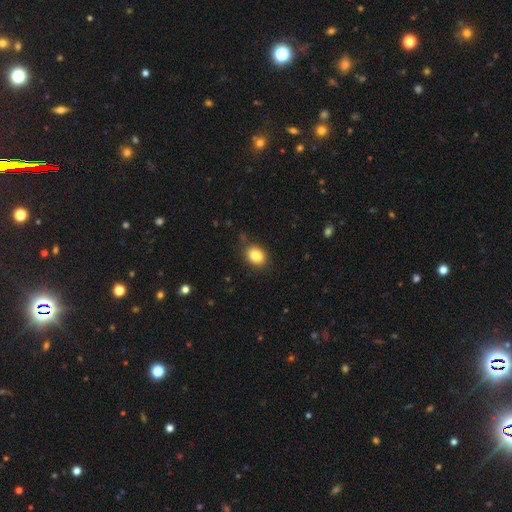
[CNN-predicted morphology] smooth 85%, star or artifact 9%, featured or disk 6%. Down the decision tree: how rounded — in between (63%); merging — none (79%).